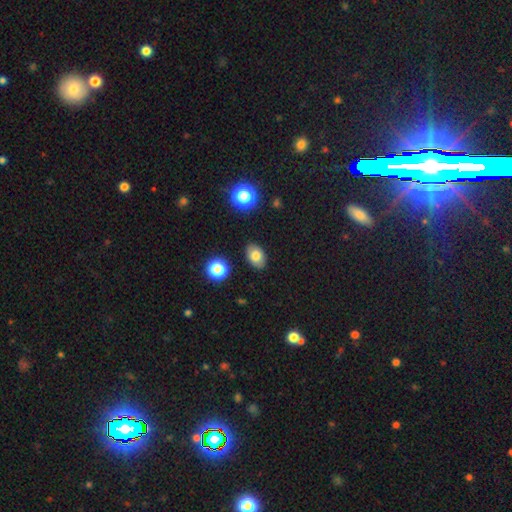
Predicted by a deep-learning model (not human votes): A smooth galaxy with no disk features (78%) that is in between round and cigar-shaped (82%). Merging: none (87%).